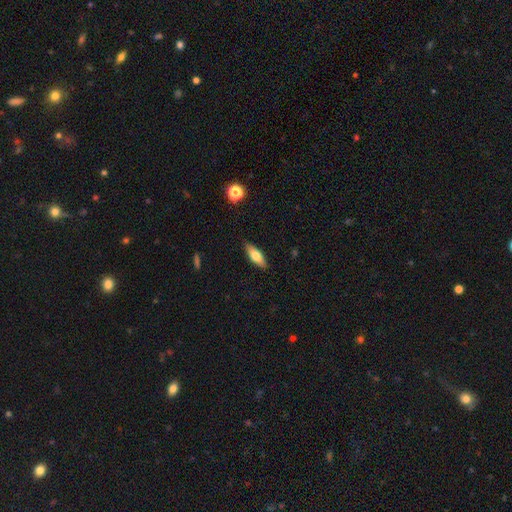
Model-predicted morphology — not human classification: A smooth galaxy with no disk features (70%) that is in between round and cigar-shaped (61%).

Vote fractions:
- Smooth or featured? smooth: 70% / featured or disk: 24% / star or artifact: 6%
- How rounded? in between: 61% / cigar-shaped: 37% / round: 2%
- Merging? none: 87% / minor disturbance: 10% / major disturbance: 2% / merger: 1%